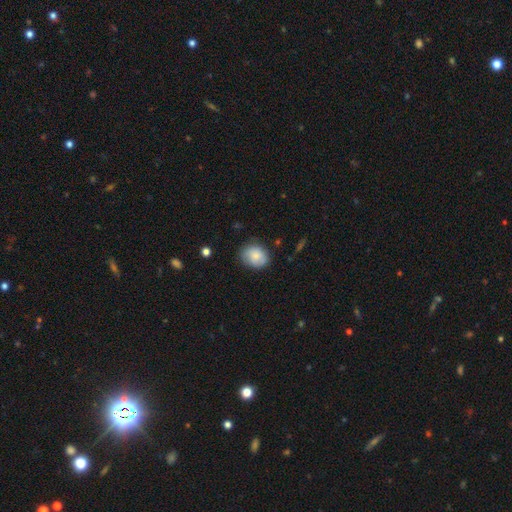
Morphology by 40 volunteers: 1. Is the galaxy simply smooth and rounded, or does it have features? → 60% smooth, 32% featured or disk, 8% star or artifact.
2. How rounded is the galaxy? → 62% round, 38% in between, 0% cigar-shaped.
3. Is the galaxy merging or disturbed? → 73% none, 22% minor disturbance, 3% major disturbance, 3% merger.